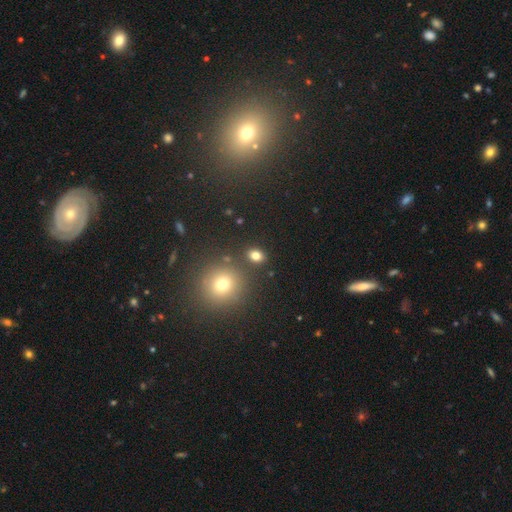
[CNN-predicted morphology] type=smooth (79%); roundness=in between (62%); merging=none (83%).